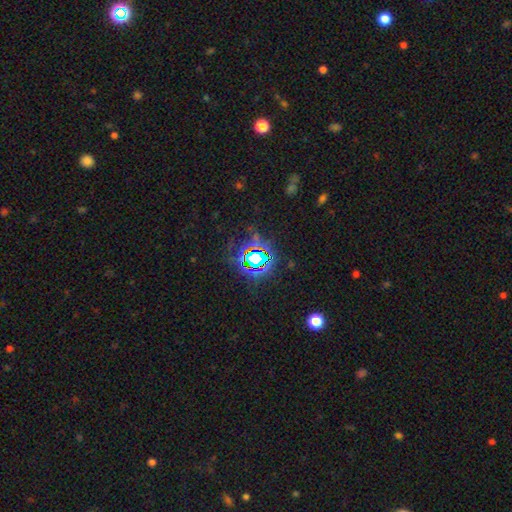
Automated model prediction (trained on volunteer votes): The model was most divided on "smooth or featured": star or artifact: 76%, smooth: 13%, featured or disk: 11%.